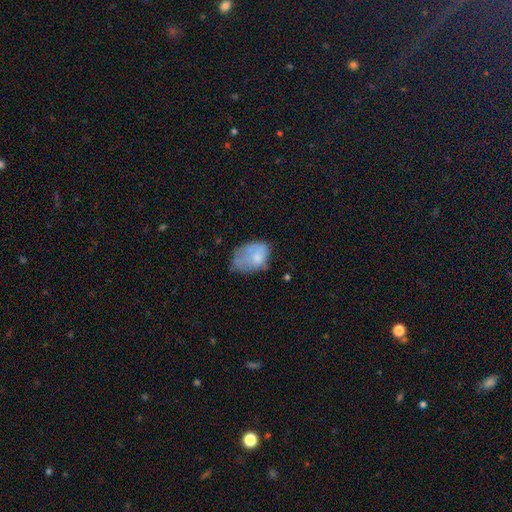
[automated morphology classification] Q: Smooth or featured?
A: smooth (64%); runner-up: featured or disk (27%)
Q: How rounded?
A: in between (83%); runner-up: round (16%)
Q: Merging?
A: minor disturbance (36%); runner-up: none (32%)